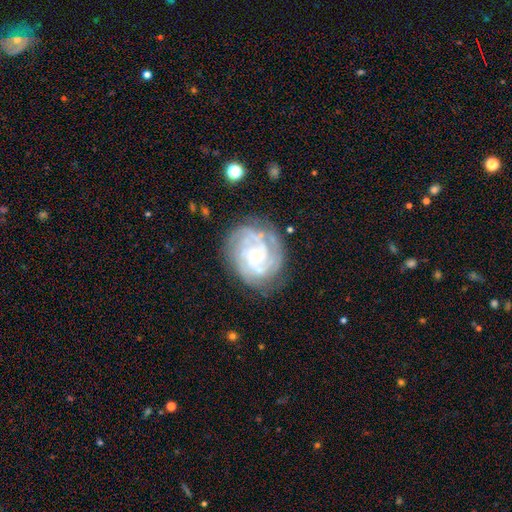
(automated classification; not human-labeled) Q: Smooth or featured?
A: featured or disk (86%); runner-up: smooth (8%)
Q: Edge-on disk?
A: no (98%); runner-up: yes (2%)
Q: Bar?
A: no (74%); runner-up: weak (21%)
Q: Spiral arms?
A: yes (96%); runner-up: no (4%)
Q: Spiral winding?
A: tight (72%); runner-up: medium (24%)
Q: Spiral arm count?
A: 3 (27%); runner-up: 4 (23%)
Q: Bulge size?
A: small (79%); runner-up: moderate (16%)
Q: Merging?
A: none (74%); runner-up: minor disturbance (17%)